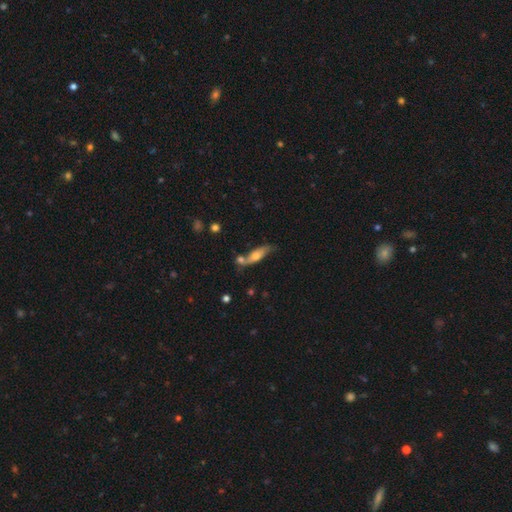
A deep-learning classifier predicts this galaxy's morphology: smooth 49%, featured or disk 43%, star or artifact 8%. Down the decision tree: merging — none (53%).